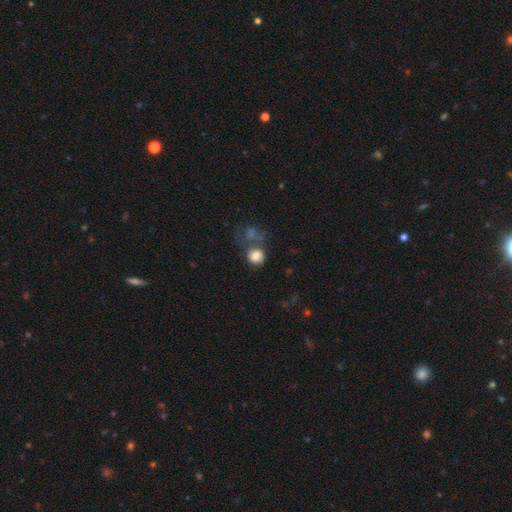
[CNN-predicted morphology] The model was most divided on "merging": none: 43%, merger: 24%, minor disturbance: 17%, major disturbance: 16%. More confident: smooth or featured — smooth (79%); how rounded — round (76%).